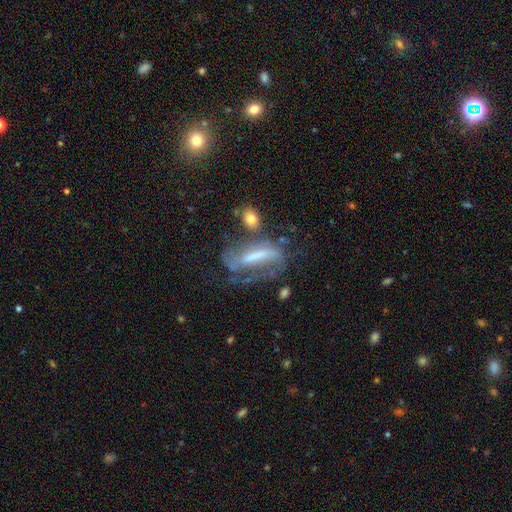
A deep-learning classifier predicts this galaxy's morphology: The model was most divided on "bulge size": none: 31%, moderate: 30%, small: 27%, large: 10%, dominant: 3%. Remaining: edge-on disk — no (80%); smooth or featured — featured or disk (63%); spiral arms — yes (60%); bar — strong (60%); merging — none (37%).